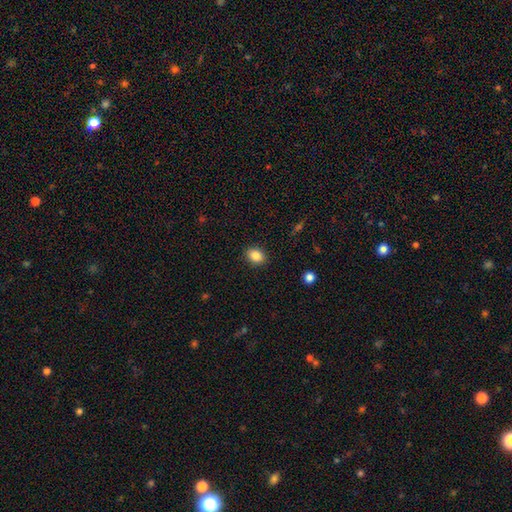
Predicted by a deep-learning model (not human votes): This appears to be a smooth galaxy with no disk features (85%) that is in between round and cigar-shaped (62%). Merging: none (89%).